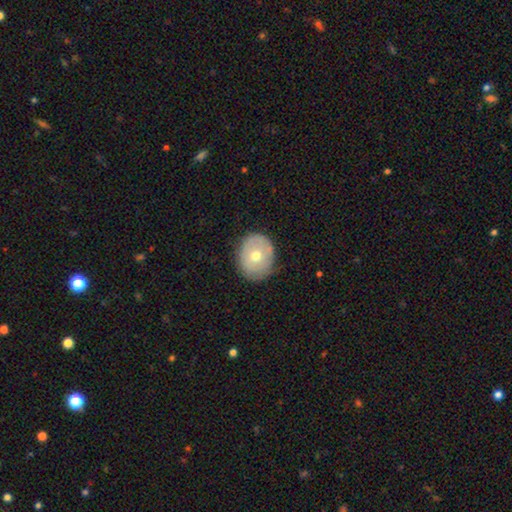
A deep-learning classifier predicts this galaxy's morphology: The model was most divided on "how rounded": round: 62%, in between: 37%, cigar-shaped: 1%. More confident: merging — none (78%); smooth or featured — smooth (59%).